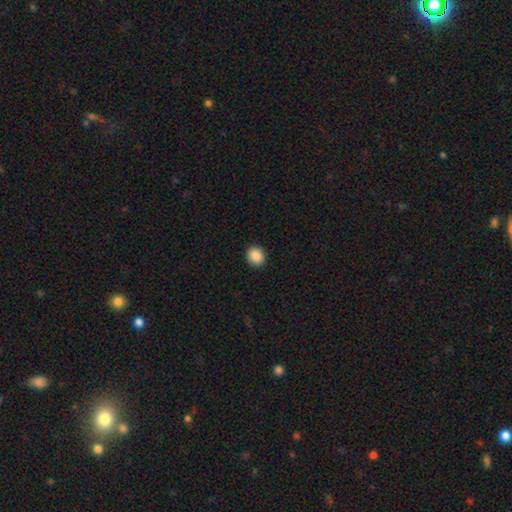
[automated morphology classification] This is clearly a smooth galaxy (89%). How rounded: likely round (78%). Merging: clearly none (92%).